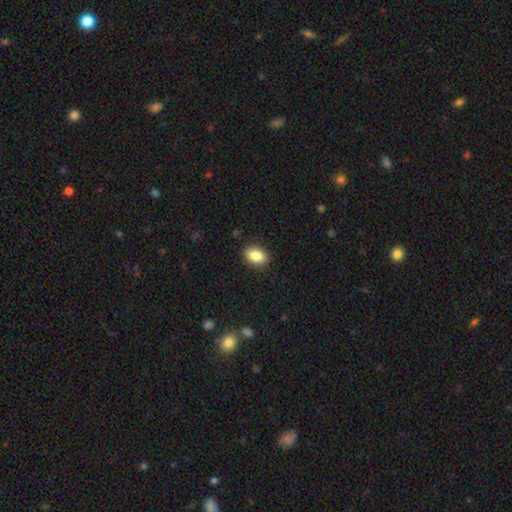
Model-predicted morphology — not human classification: Smooth or featured?
  - smooth: 87% *
  - star or artifact: 8%
  - featured or disk: 5%
How rounded?
  - in between: 86% *
  - round: 12%
  - cigar-shaped: 2%
Merging?
  - none: 89% *
  - minor disturbance: 8%
  - major disturbance: 2%
  - merger: 1%